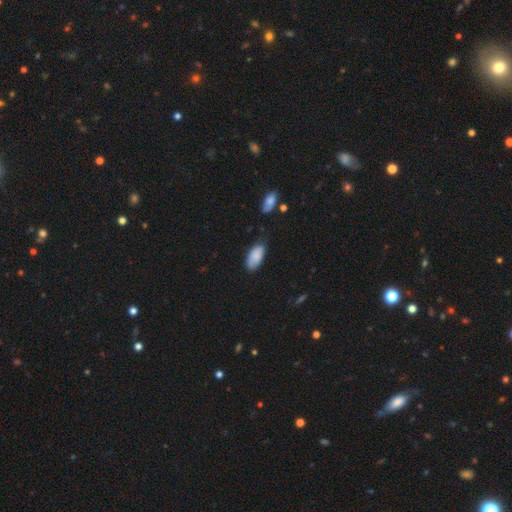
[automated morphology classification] This appears to be a smooth galaxy with no disk features (85%) that is in between round and cigar-shaped (93%). Merging: none (63%).